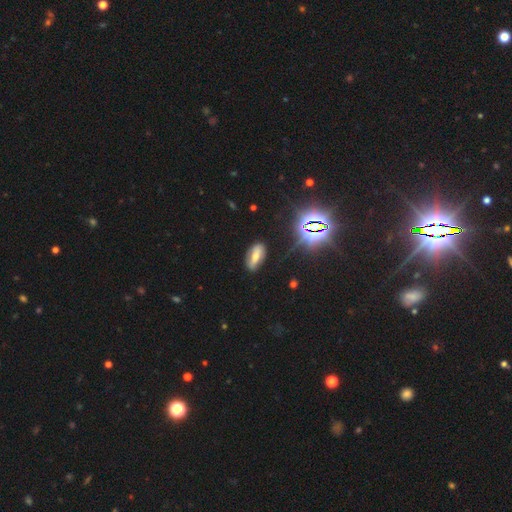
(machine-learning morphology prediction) smooth-or-featured: smooth: 45% | featured or disk: 36% | star or artifact: 20%
  merging: none: 79% | minor disturbance: 15% | major disturbance: 4% | merger: 2%